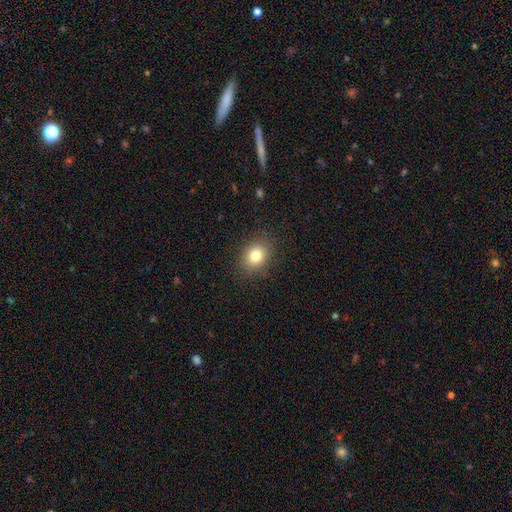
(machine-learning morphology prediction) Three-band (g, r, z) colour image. It shows a smooth galaxy with no disk features (81%) that is round (50%). Merging: none (88%).